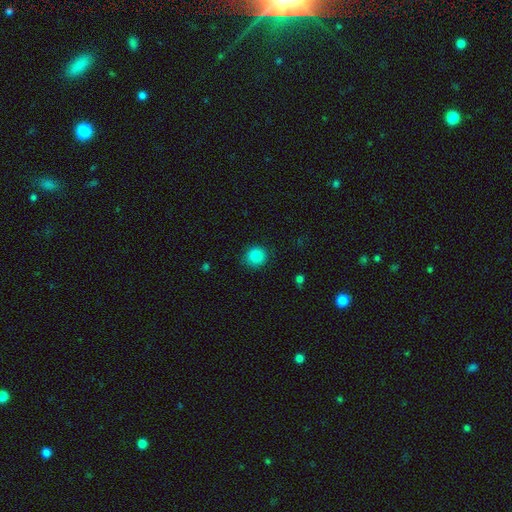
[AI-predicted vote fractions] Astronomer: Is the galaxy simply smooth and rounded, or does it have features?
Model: smooth — 85%.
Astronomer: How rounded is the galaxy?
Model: round — 90%.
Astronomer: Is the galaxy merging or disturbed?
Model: none — 87%.